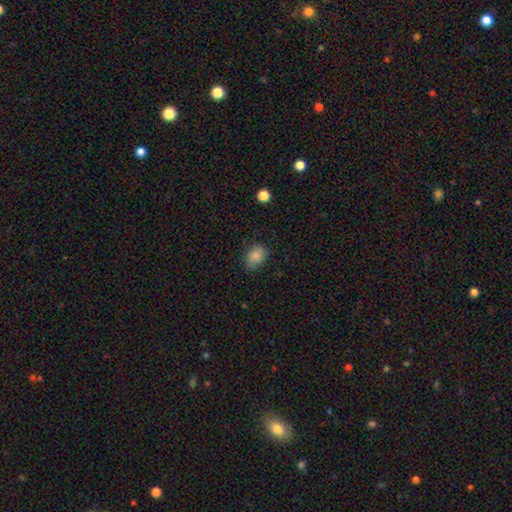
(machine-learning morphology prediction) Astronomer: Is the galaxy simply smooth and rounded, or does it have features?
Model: smooth — 85%.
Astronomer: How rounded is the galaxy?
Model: in between — 70%.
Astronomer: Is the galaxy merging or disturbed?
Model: none — 74%.